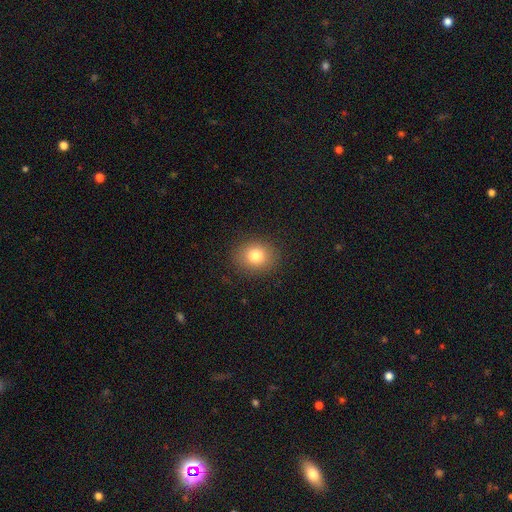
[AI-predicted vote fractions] Overall: smooth (80%). How rounded: round (64%; in between 35%). Merging: none (89%).